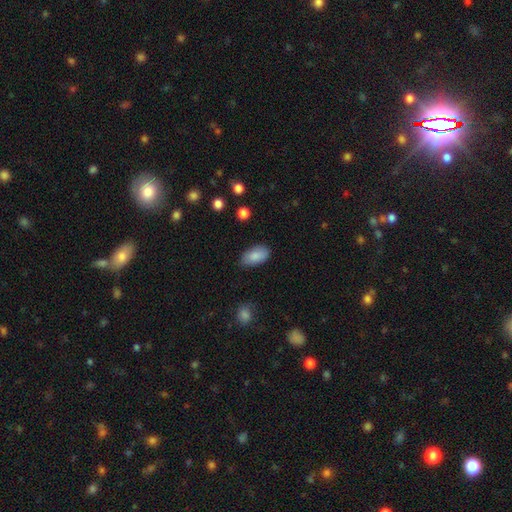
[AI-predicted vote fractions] smooth 86%, featured or disk 7%, star or artifact 7%. Down the decision tree: how rounded — in between (93%); merging — none (79%).